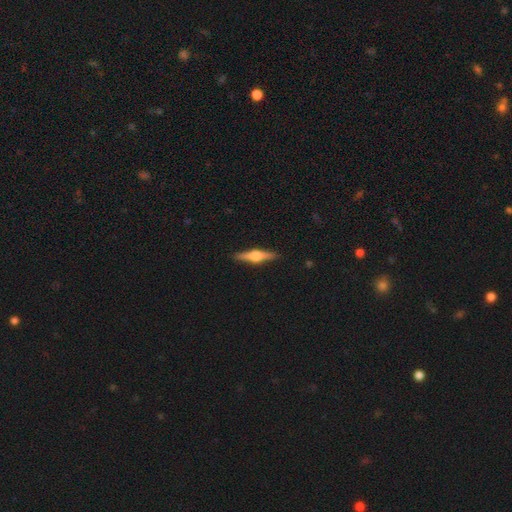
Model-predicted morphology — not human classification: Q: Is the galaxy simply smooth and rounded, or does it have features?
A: featured or disk — 72%.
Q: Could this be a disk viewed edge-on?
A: yes — 97%.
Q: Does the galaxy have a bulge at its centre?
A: rounded — 93%.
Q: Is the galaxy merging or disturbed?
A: none — 91%.